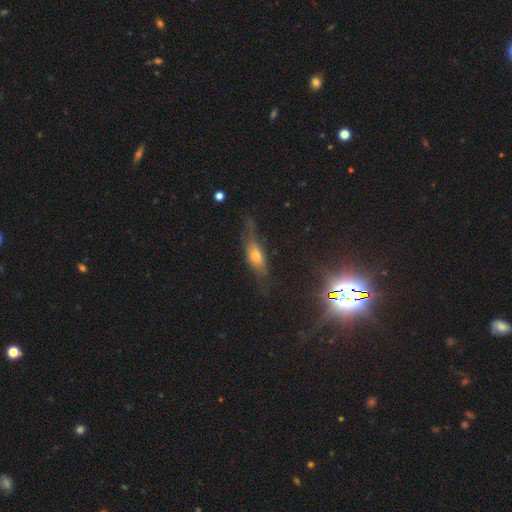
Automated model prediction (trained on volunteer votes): This is possibly a smooth galaxy (48%). Merging: possibly none (55%).